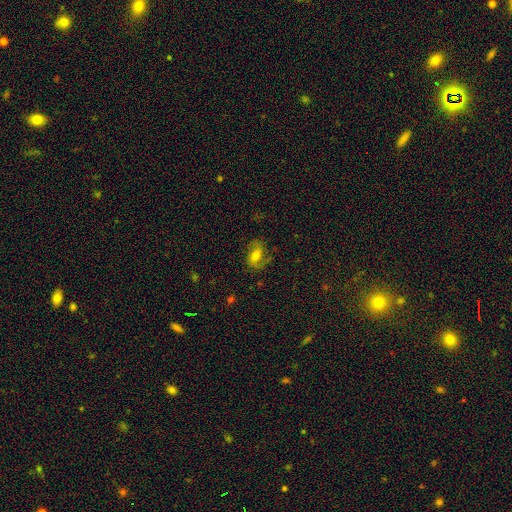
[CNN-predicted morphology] Smooth or featured? featured or disk (57%)
Edge-on disk? no (96%)
Bar? weak (42%)
Spiral arms? yes (88%)
Bulge size? moderate (54%)
Merging? none (67%)